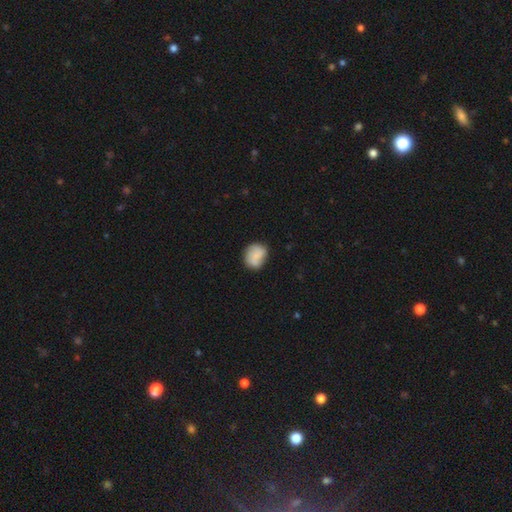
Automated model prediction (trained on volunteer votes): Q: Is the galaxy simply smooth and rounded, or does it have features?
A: smooth — 67%.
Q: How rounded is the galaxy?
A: round — 66%.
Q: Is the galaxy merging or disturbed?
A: none — 67%.